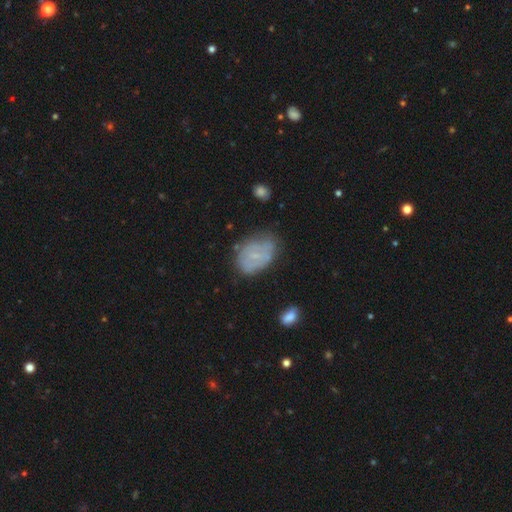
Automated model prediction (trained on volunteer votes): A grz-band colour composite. It shows a featured or disk galaxy (52%). Merging: none (53%).